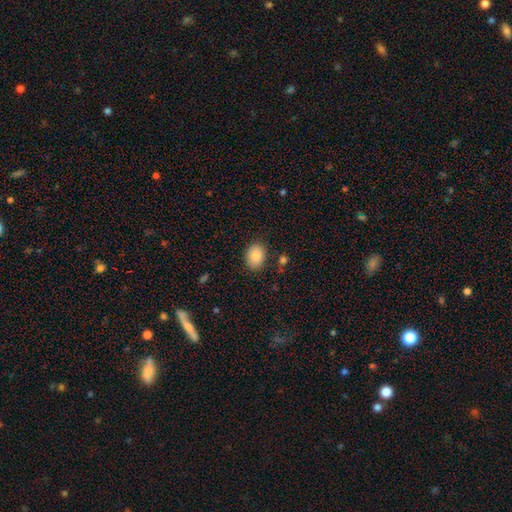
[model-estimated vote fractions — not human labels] Q: Smooth or featured?
A: smooth (85%); runner-up: star or artifact (8%)
Q: How rounded?
A: in between (72%); runner-up: round (28%)
Q: Merging?
A: none (85%); runner-up: minor disturbance (11%)